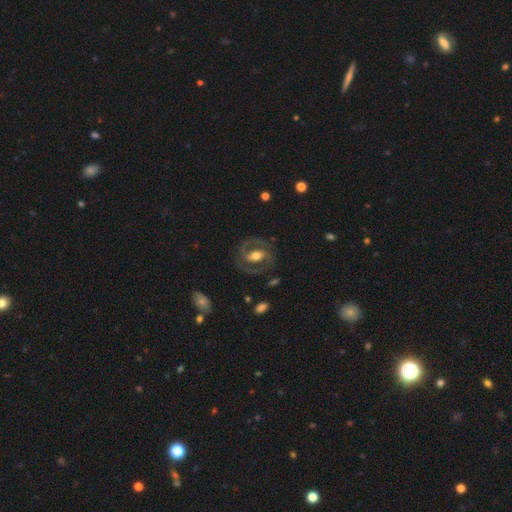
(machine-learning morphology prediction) smooth_or_featured: featured or disk (p=0.79) [alt: smooth p=0.15]
disk_edge_on: no (p=0.96) [alt: yes p=0.04]
bar: strong (p=0.37) [alt: weak p=0.35]
has_spiral_arms: yes (p=0.81) [alt: no p=0.19]
spiral_winding: medium (p=0.52) [alt: tight p=0.34]
spiral_arm_count: 2 (p=0.87) [alt: can't tell p=0.06]
bulge_size: moderate (p=0.68) [alt: large p=0.15]
merging: none (p=0.76) [alt: minor disturbance p=0.13]